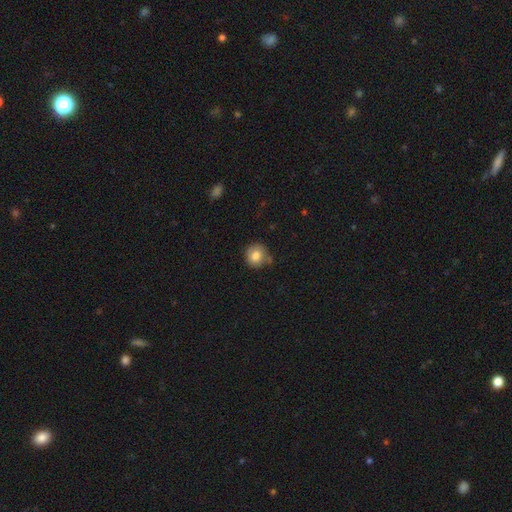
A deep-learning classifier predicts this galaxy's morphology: The model was most divided on "merging": none: 71%, minor disturbance: 20%, merger: 5%, major disturbance: 4%. More confident: how rounded — round (83%); smooth or featured — smooth (79%).